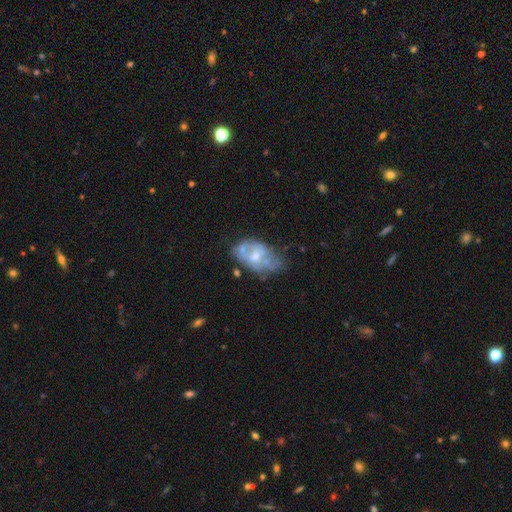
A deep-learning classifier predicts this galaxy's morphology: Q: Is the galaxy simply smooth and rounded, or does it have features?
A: featured or disk — 58%.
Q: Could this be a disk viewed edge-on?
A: no — 96%.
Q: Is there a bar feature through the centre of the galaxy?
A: no — 79%.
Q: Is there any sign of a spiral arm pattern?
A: no — 77%.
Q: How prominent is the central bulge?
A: moderate — 54%.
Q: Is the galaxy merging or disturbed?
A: none — 36%.